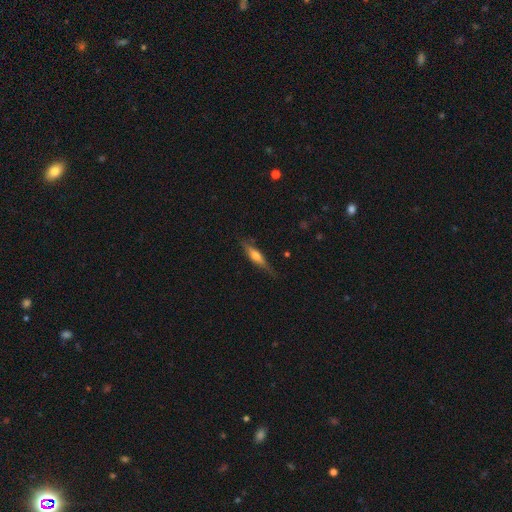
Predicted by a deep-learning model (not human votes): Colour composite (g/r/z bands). It shows a featured or disk galaxy (53%) viewed edge-on (92%). Merging: none (79%).